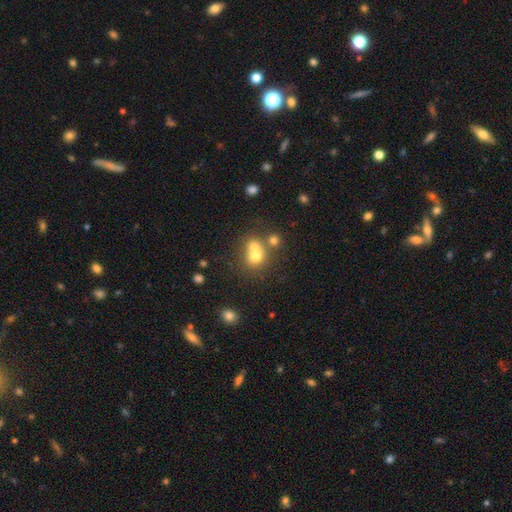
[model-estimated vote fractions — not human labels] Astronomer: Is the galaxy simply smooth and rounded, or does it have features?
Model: smooth — 68%.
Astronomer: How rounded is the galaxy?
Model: round — 78%.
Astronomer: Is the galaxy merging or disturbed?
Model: merger — 55% (runner-up: none, 35%).